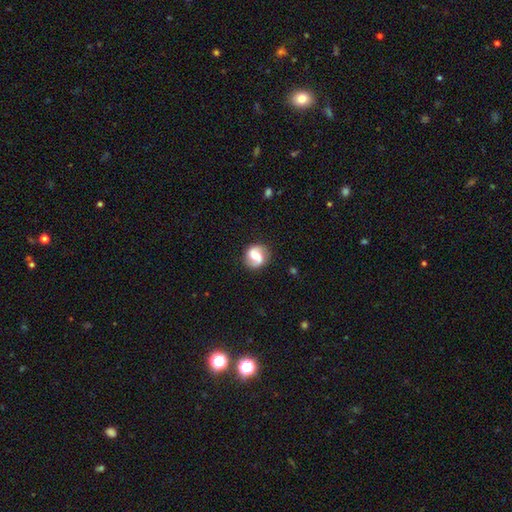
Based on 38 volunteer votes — smooth_or_featured: featured or disk (p=0.84) [alt: smooth p=0.11]
disk_edge_on: no (p=1.00)
bar: weak (p=0.47) [alt: no p=0.31]
has_spiral_arms: yes (p=1.00)
spiral_winding: medium (p=0.56) [alt: loose p=0.34]
spiral_arm_count: 2 (p=0.97) [alt: 1 p=0.03]
bulge_size: moderate (p=0.69) [alt: small p=0.12]
merging: none (p=0.92) [alt: major disturbance p=0.06]